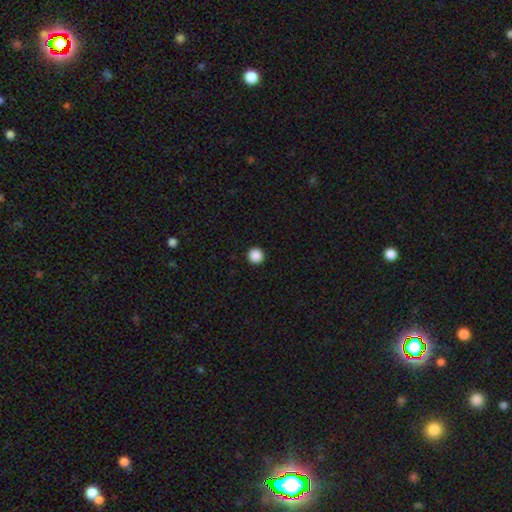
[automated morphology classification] smooth_or_featured: smooth (p=0.88) [alt: star or artifact p=0.10]
how_rounded: round (p=0.96) [alt: in between p=0.03]
merging: none (p=0.94) [alt: minor disturbance p=0.03]